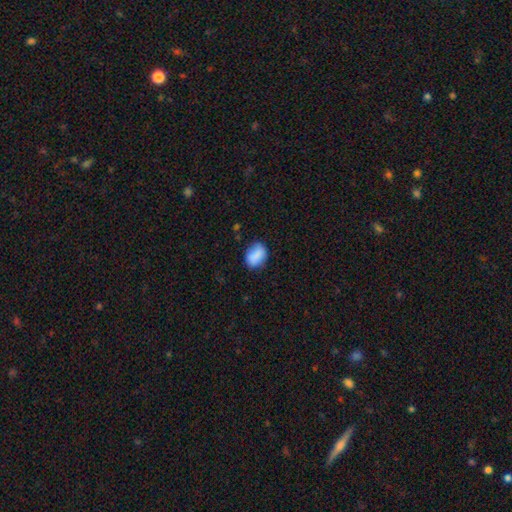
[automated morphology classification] A smooth galaxy with no disk features (83%) that is in between round and cigar-shaped (64%). Merging: none (69%).